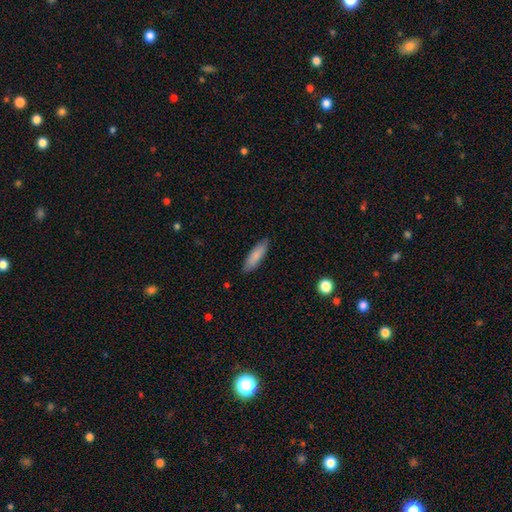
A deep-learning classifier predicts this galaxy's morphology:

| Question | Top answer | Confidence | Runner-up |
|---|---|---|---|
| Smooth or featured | smooth | 85% | featured or disk (9%) |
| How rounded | cigar-shaped | 59% | in between (39%) |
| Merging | none | 87% | minor disturbance (10%) |